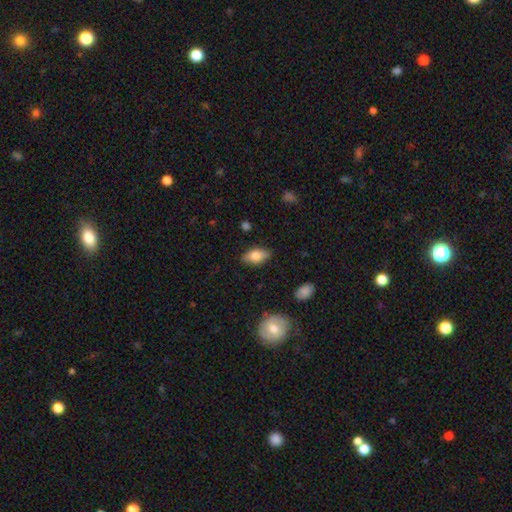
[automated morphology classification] The model was most divided on "smooth or featured": smooth: 72%, featured or disk: 21%, star or artifact: 7%. More confident: how rounded — in between (88%); merging — none (84%).